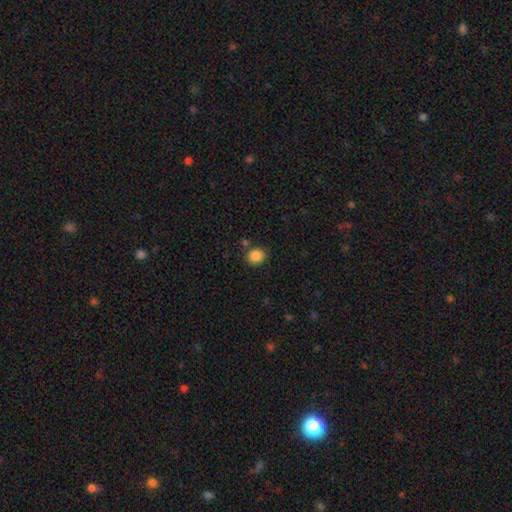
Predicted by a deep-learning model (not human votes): A smooth galaxy with no disk features (87%) that is round (74%). Merging: none (80%).